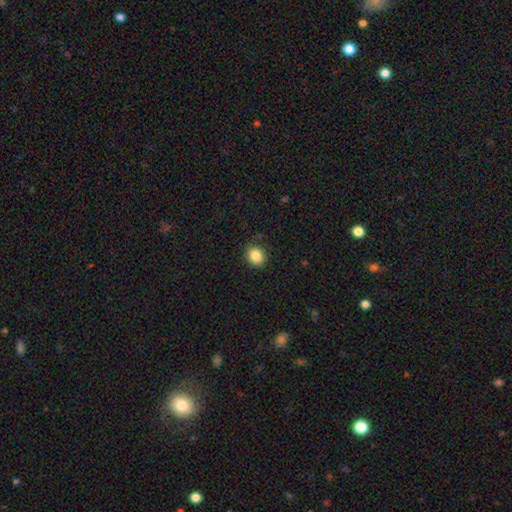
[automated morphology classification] This is clearly a smooth galaxy (85%). How rounded: likely round (61%). Merging: clearly none (87%).